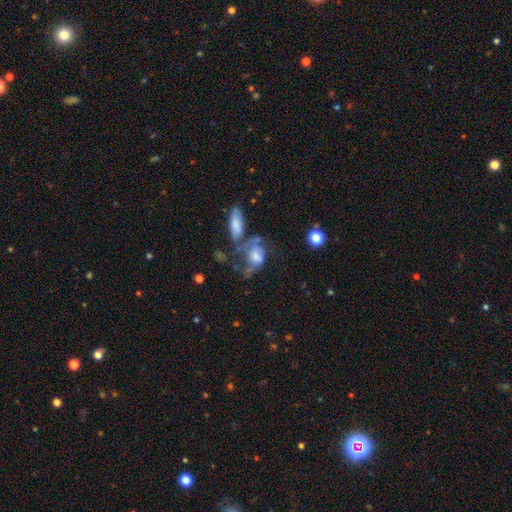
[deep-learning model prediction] A featured or disk galaxy (49%). Merging: major disturbance (30%).